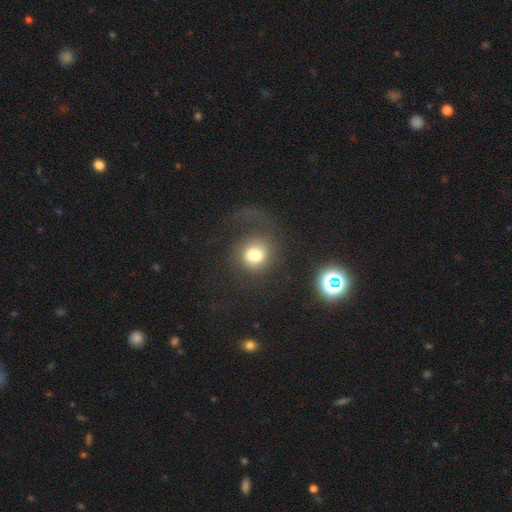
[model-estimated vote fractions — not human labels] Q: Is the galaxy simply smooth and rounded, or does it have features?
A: smooth — 64%.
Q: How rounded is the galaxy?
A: round — 70%.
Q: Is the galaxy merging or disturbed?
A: none — 41%.